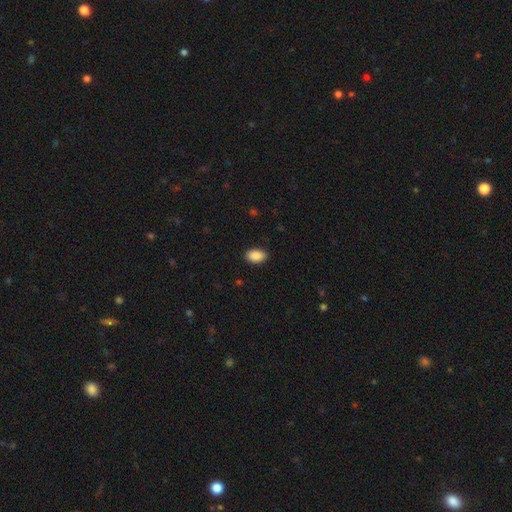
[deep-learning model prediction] Q: Smooth or featured?
A: smooth (90%); runner-up: star or artifact (7%)
Q: How rounded?
A: in between (92%); runner-up: round (6%)
Q: Merging?
A: none (89%); runner-up: minor disturbance (8%)